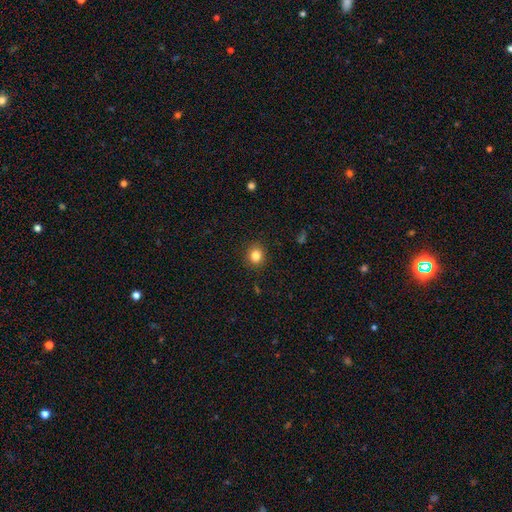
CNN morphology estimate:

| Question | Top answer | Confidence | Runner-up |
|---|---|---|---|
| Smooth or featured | smooth | 84% | star or artifact (11%) |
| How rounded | round | 80% | in between (19%) |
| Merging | none | 90% | minor disturbance (7%) |